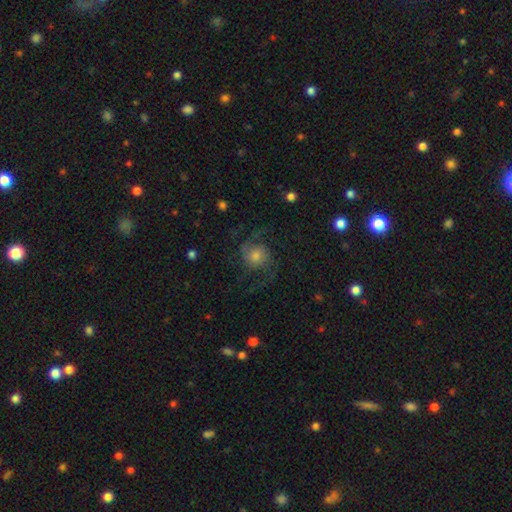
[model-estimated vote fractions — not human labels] This appears to be a featured or disk galaxy (73%) with no bar (70%), 2 (86%) medium (47%) spiral arms (95%) and a moderate central bulge (44%). Merging: none (70%).